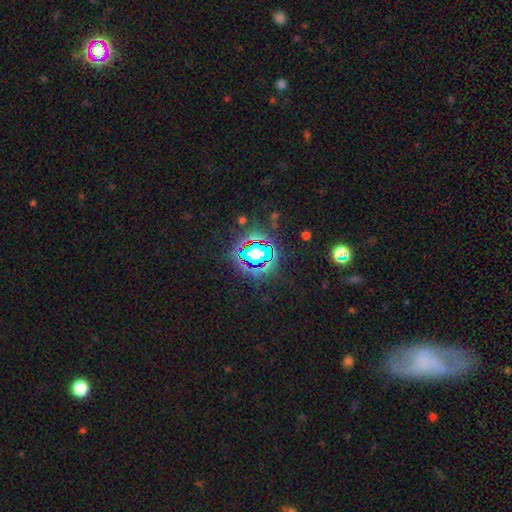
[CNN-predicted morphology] The model was most divided on "smooth or featured": star or artifact: 80%, smooth: 13%, featured or disk: 8%.